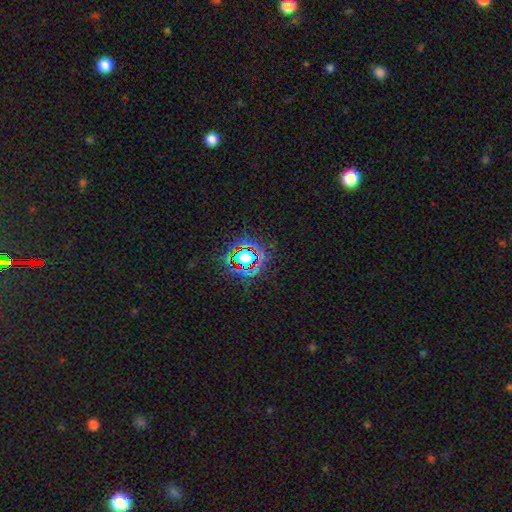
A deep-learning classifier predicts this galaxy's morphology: Q: Smooth or featured?
A: star or artifact (78%); runner-up: smooth (13%)